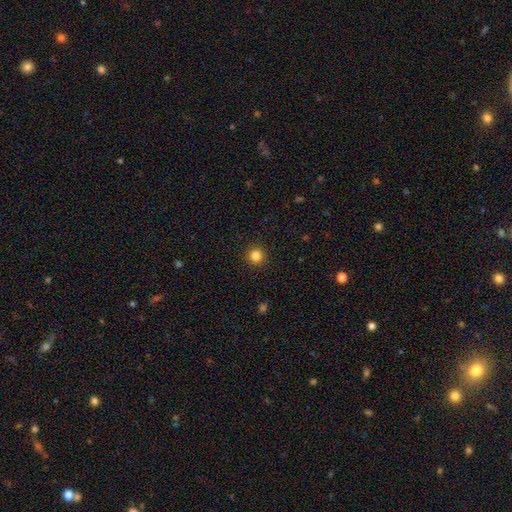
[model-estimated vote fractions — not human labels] Smooth or featured?
  - smooth: 84% *
  - star or artifact: 12%
  - featured or disk: 4%
How rounded?
  - round: 94% *
  - in between: 5%
  - cigar-shaped: 1%
Merging?
  - none: 92% *
  - minor disturbance: 5%
  - major disturbance: 2%
  - merger: 1%